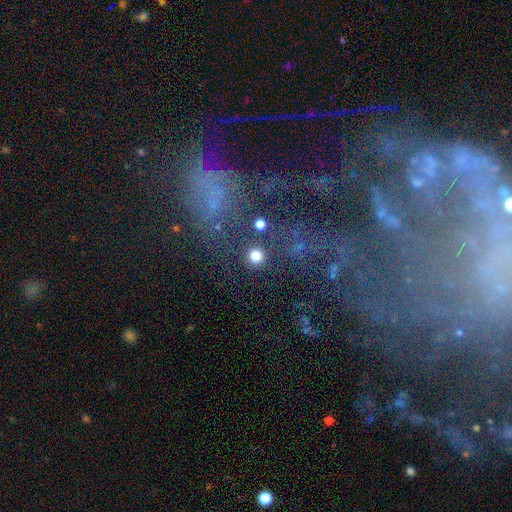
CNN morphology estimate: Smooth or featured?
  - smooth: 79% *
  - star or artifact: 15%
  - featured or disk: 6%
How rounded?
  - round: 94% *
  - in between: 5%
  - cigar-shaped: 1%
Merging?
  - none: 82% *
  - minor disturbance: 8%
  - merger: 6%
  - major disturbance: 4%